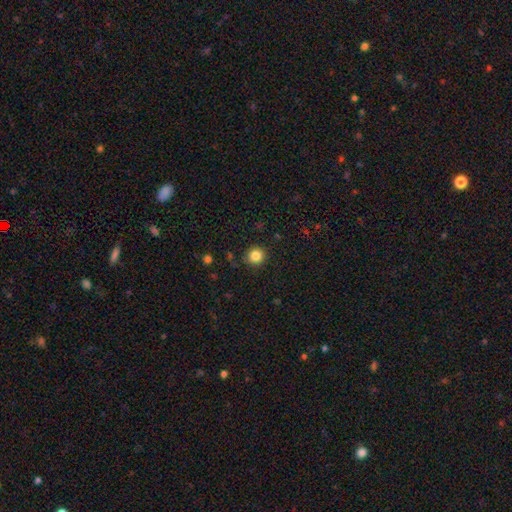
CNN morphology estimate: Smooth or featured?
  - smooth: 84% *
  - star or artifact: 11%
  - featured or disk: 5%
How rounded?
  - round: 92% *
  - in between: 7%
  - cigar-shaped: 1%
Merging?
  - none: 89% *
  - minor disturbance: 8%
  - major disturbance: 2%
  - merger: 1%